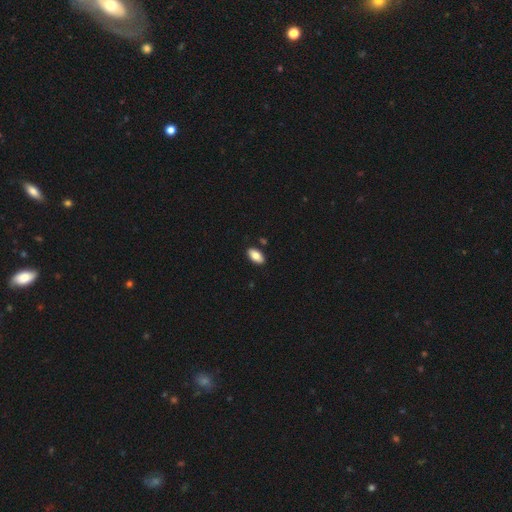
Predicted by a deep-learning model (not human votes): Smooth or featured? smooth (82%)
How rounded? in between (94%)
Merging? none (89%)